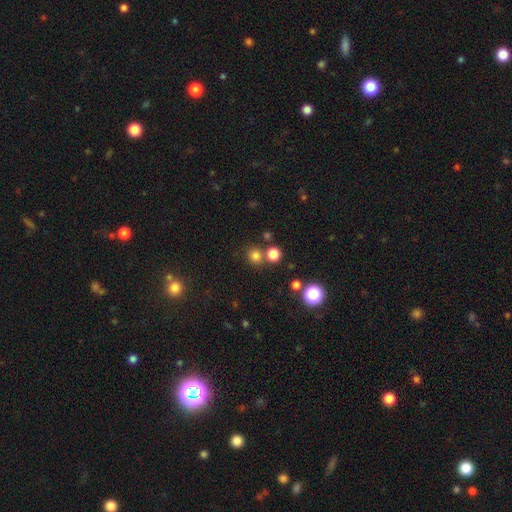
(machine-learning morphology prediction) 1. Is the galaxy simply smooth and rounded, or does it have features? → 77% smooth, 18% star or artifact, 5% featured or disk.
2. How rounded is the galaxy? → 91% round, 8% in between, 1% cigar-shaped.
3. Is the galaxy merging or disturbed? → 73% none, 18% merger, 7% minor disturbance, 3% major disturbance.